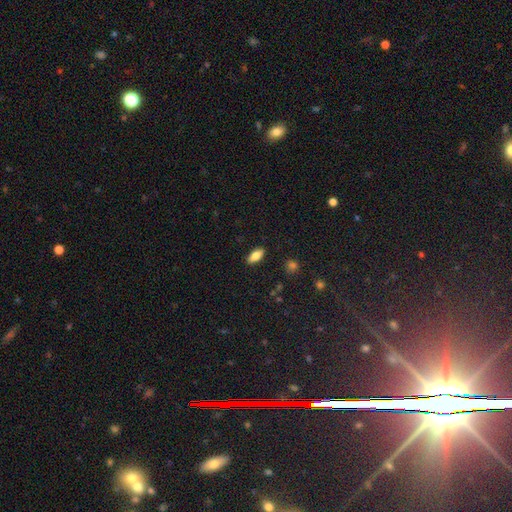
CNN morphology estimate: Smooth or featured: smooth — 78% (featured or disk — 14%)
How rounded: in between — 82% (cigar-shaped — 15%)
Merging: none — 89% (minor disturbance — 8%)